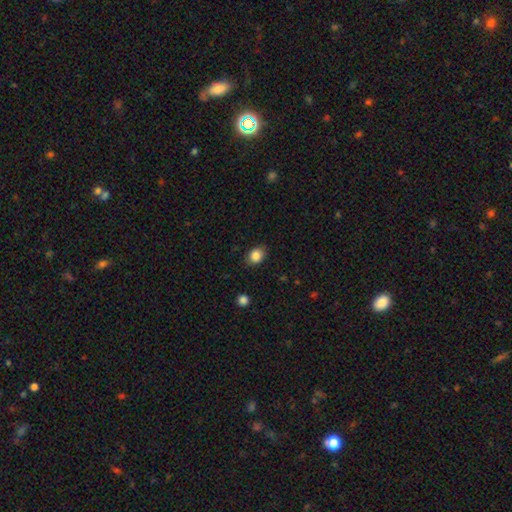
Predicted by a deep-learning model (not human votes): Smooth or featured? Predicted: smooth (p=0.85). How rounded? Predicted: in between (p=0.55). Merging? Predicted: none (p=0.82).